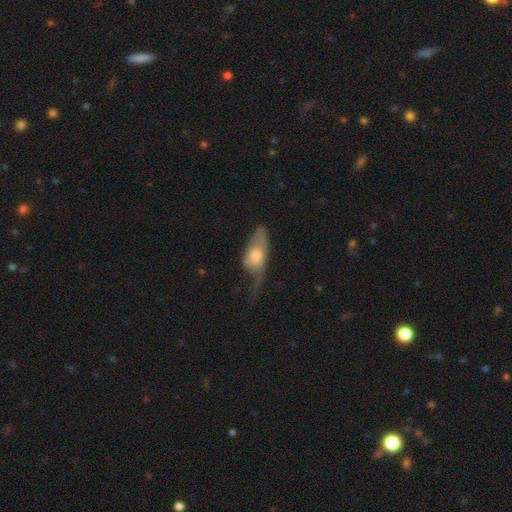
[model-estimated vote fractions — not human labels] Morphology: type=smooth (59%); roundness=in between (81%); merging=major disturbance (44%).